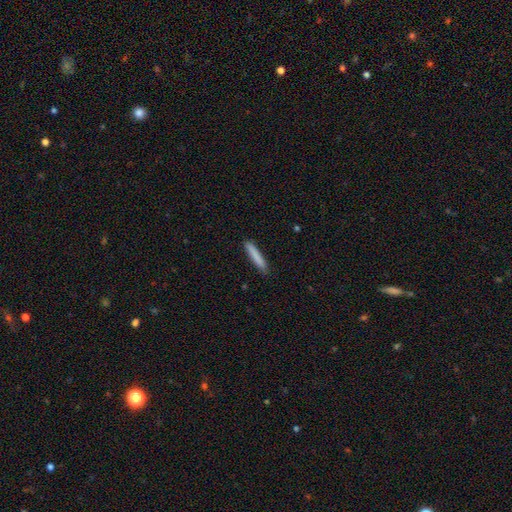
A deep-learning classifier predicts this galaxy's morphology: This is clearly a smooth galaxy (83%). How rounded: clearly cigar-shaped (93%). Merging: clearly none (88%).